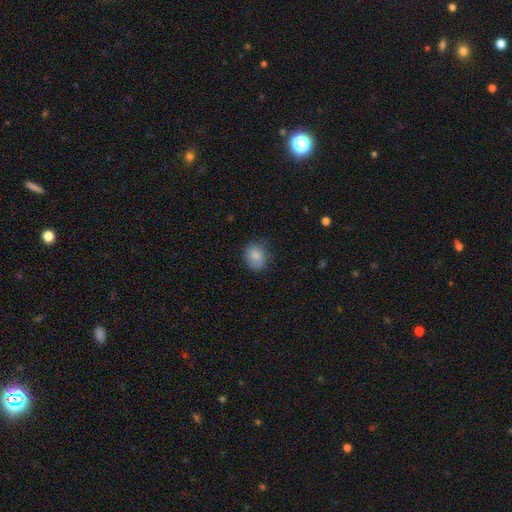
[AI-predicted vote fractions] smooth_or_featured: smooth (p=0.85) [alt: star or artifact p=0.08]
how_rounded: round (p=0.61) [alt: in between p=0.38]
merging: none (p=0.74) [alt: minor disturbance p=0.20]